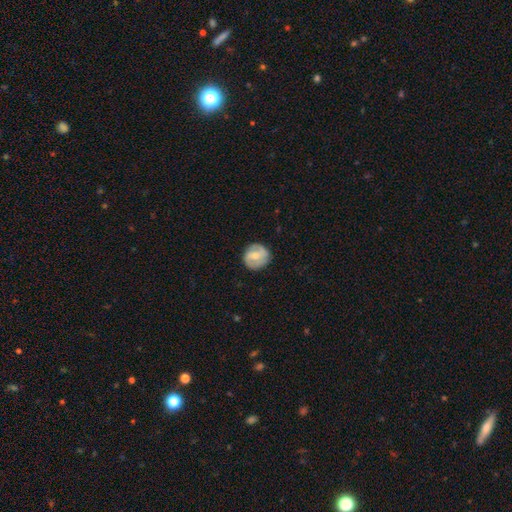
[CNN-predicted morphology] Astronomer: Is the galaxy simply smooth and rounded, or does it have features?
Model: featured or disk — 51% (runner-up: smooth, 42%).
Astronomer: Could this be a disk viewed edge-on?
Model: no — 96%.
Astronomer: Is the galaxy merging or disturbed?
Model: none — 81%.